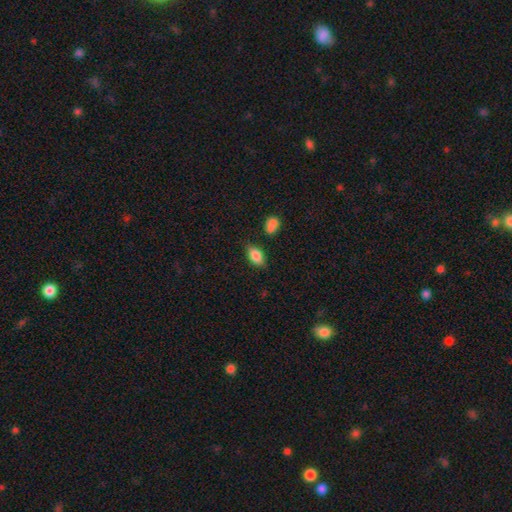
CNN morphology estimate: Overall: smooth (82%). How rounded: in between (88%). Merging: none (76%).